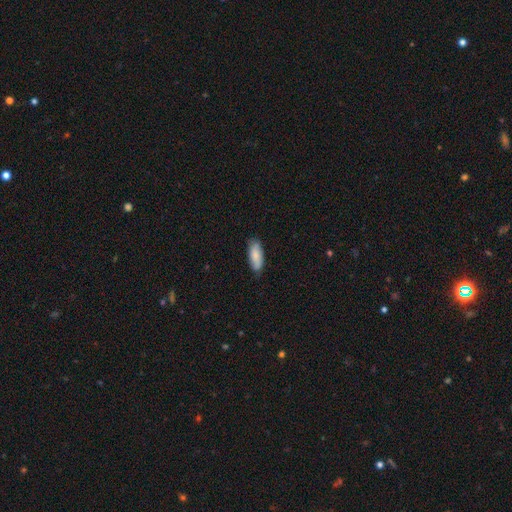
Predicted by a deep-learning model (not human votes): Overall: smooth (81%). How rounded: in between (76%). Merging: none (80%).